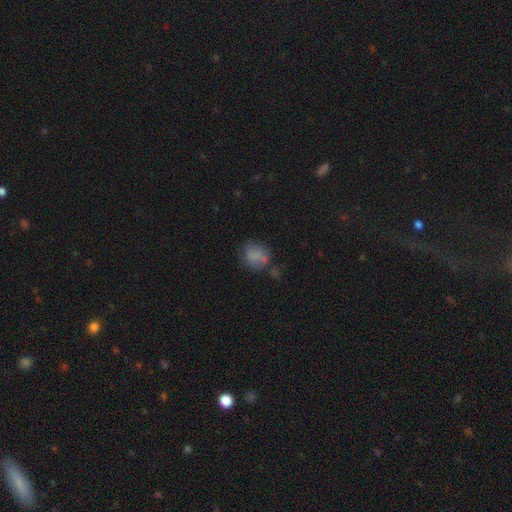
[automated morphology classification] A smooth galaxy with no disk features (72%) that is round (57%). Merging: none (45%).